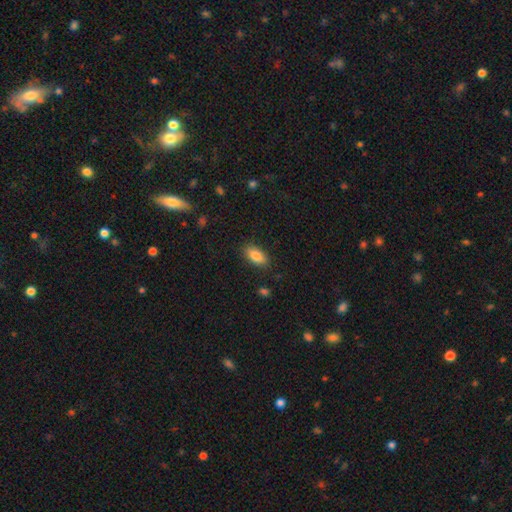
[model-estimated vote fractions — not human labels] Smooth or featured? smooth (84%)
How rounded? in between (89%)
Merging? none (86%)